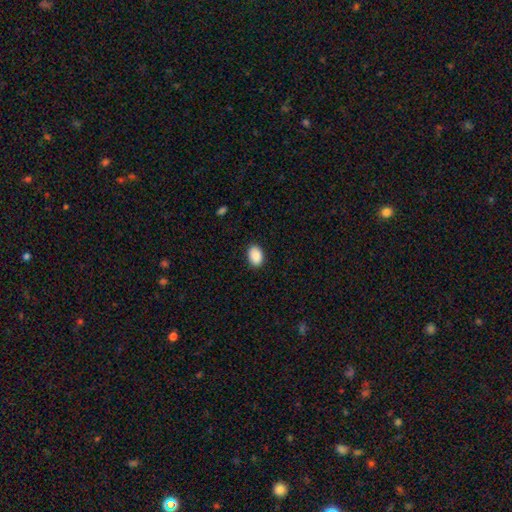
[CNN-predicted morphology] Smooth or featured? smooth (90%)
How rounded? in between (83%)
Merging? none (88%)